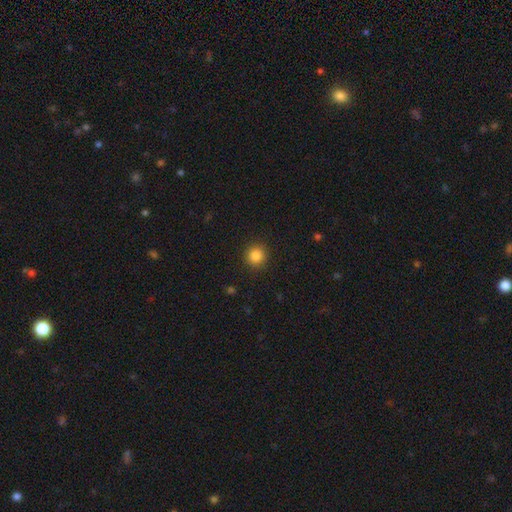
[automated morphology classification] Smooth or featured? Predicted: smooth (p=0.85). How rounded? Predicted: round (p=0.93). Merging? Predicted: none (p=0.91).